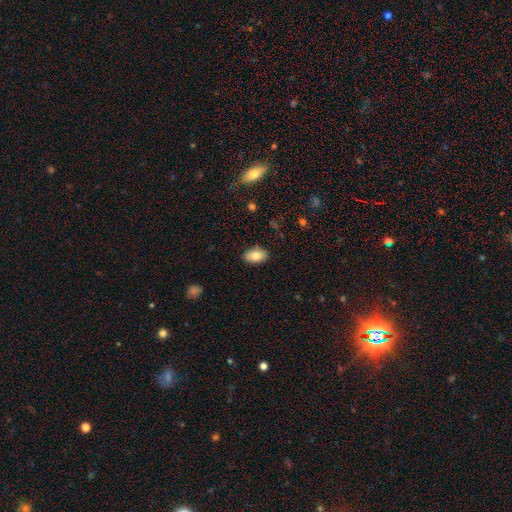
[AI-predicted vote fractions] smooth_or_featured: smooth (p=0.81) [alt: featured or disk p=0.12]
how_rounded: in between (p=0.92) [alt: round p=0.06]
merging: none (p=0.86) [alt: minor disturbance p=0.11]